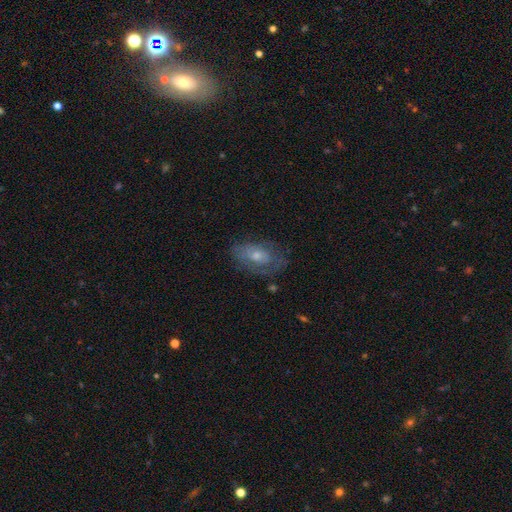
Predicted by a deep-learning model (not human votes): Smooth or featured: featured or disk — 54% (smooth — 36%)
Edge-on disk: no — 92% (yes — 8%)
Merging: none — 65% (minor disturbance — 22%)